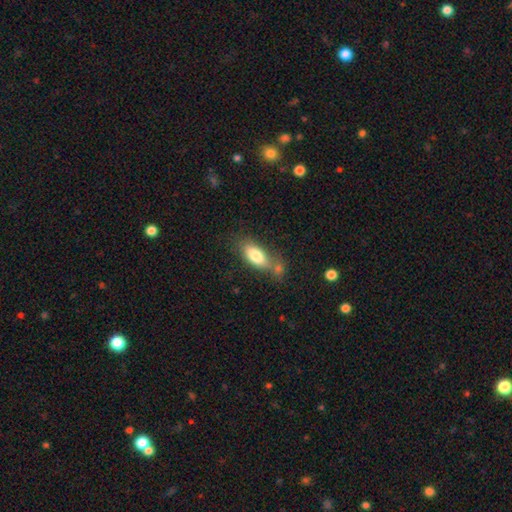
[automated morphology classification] smooth 79%, featured or disk 14%, star or artifact 7%. Down the decision tree: how rounded — in between (83%); merging — none (50%).